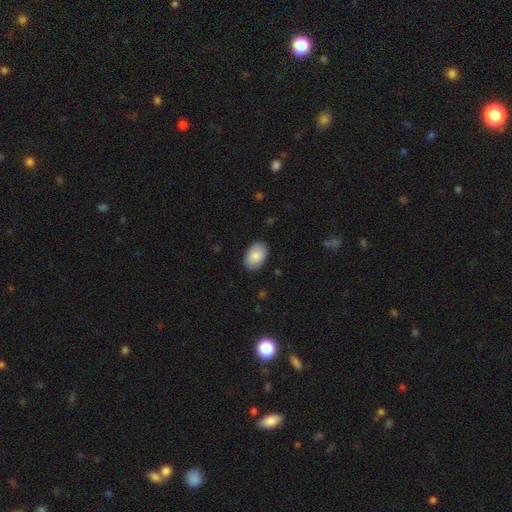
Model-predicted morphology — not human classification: smooth-or-featured: smooth: 88% | featured or disk: 7% | star or artifact: 6%
  how-rounded: in between: 92% | round: 7% | cigar-shaped: 1%
  merging: none: 88% | minor disturbance: 9% | major disturbance: 2% | merger: 1%